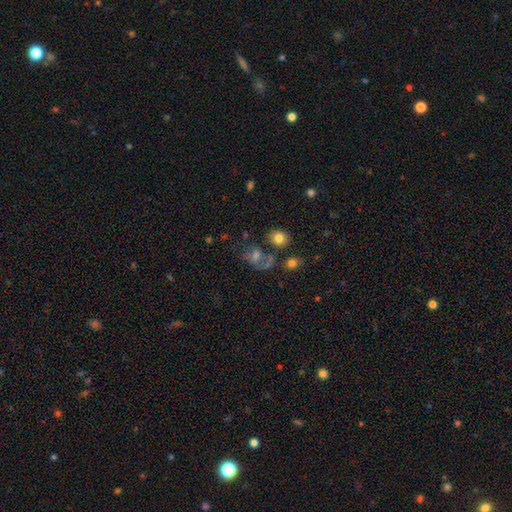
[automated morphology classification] A smooth galaxy with no disk features (50%) that is in between round and cigar-shaped (57%). Merging: none (40%).